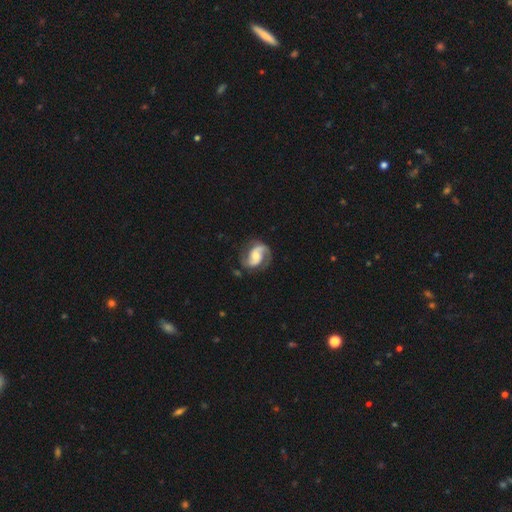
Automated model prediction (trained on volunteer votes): smooth-or-featured: featured or disk: 87% | smooth: 8% | star or artifact: 5%
  disk-edge-on: no: 98% | yes: 2%
    bar: no: 44% | weak: 38% | strong: 18%
    has-spiral-arms: yes: 97% | no: 3%
      spiral-winding: medium: 50% | loose: 29% | tight: 21%
      spiral-arm-count: 2: 91% | 1: 3% | can't tell: 3% | 3: 1% | 4: 1% | more than 4: 1%
    bulge-size: moderate: 60% | small: 30% | large: 7% | none: 2% | dominant: 1%
  merging: none: 76% | minor disturbance: 16% | major disturbance: 7% | merger: 2%